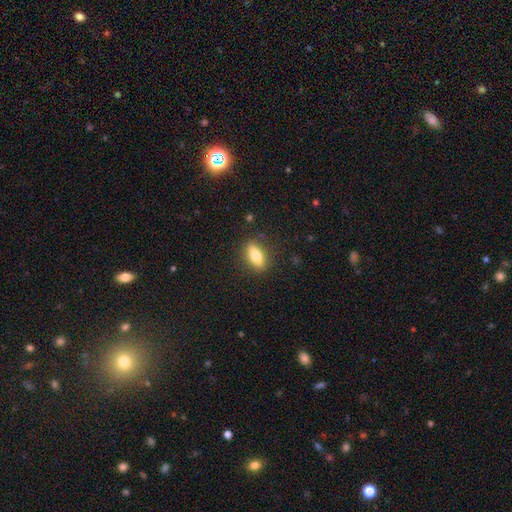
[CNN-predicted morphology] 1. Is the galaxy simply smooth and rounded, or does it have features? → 75% smooth, 18% featured or disk, 7% star or artifact.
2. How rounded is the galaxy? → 72% in between, 22% cigar-shaped, 5% round.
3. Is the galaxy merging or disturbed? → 86% none, 10% minor disturbance, 3% major disturbance, 1% merger.